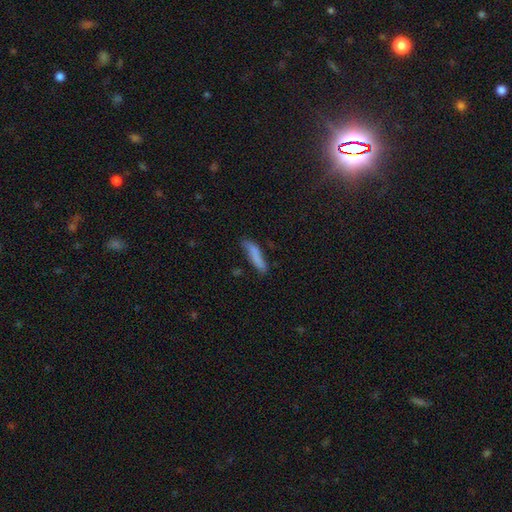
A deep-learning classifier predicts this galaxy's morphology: type=smooth (76%); roundness=cigar-shaped (80%); merging=none (66%).